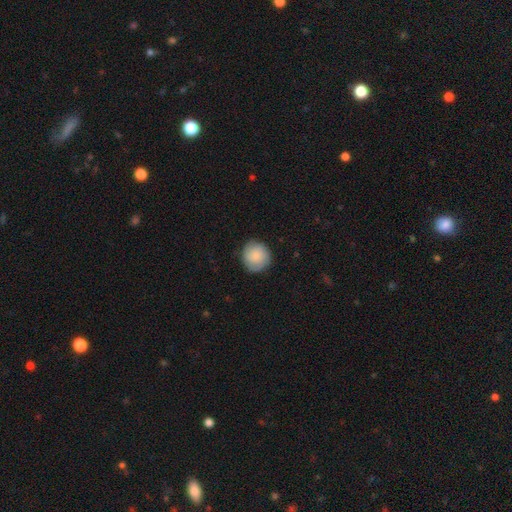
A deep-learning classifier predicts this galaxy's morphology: The model was most divided on "smooth or featured": smooth: 81%, featured or disk: 13%, star or artifact: 6%. More confident: how rounded — round (92%); merging — none (85%).